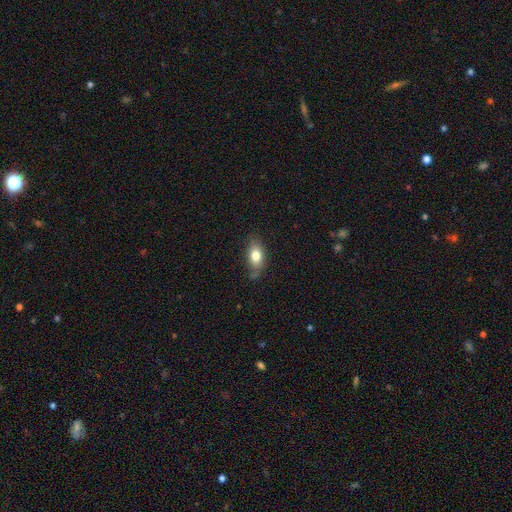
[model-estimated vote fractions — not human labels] This is likely a smooth galaxy (76%). How rounded: clearly in between (85%). Merging: likely none (64%).